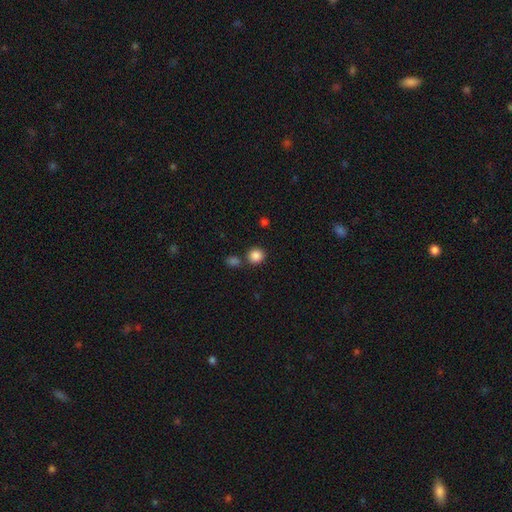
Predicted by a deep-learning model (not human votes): Q: Smooth or featured?
A: smooth (86%); runner-up: star or artifact (10%)
Q: How rounded?
A: round (86%); runner-up: in between (13%)
Q: Merging?
A: none (75%); runner-up: merger (14%)